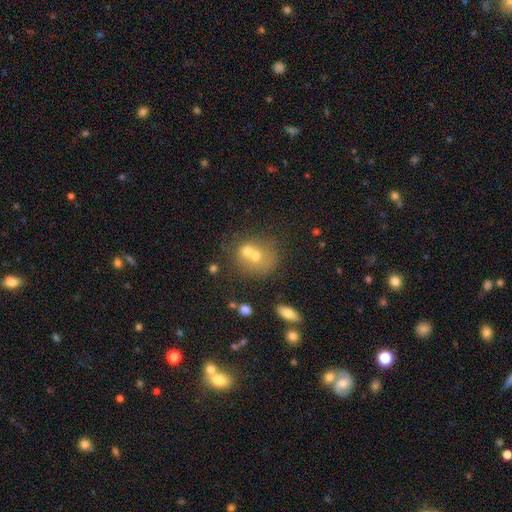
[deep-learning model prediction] Smooth or featured? Predicted: smooth (p=0.60). How rounded? Predicted: round (p=0.71). Merging? Predicted: merger (p=0.60).